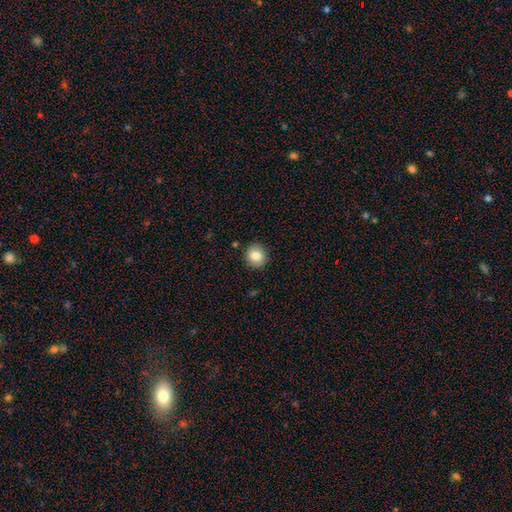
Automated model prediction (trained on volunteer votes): smooth_or_featured: smooth (p=0.83) [alt: star or artifact p=0.09]
how_rounded: round (p=0.82) [alt: in between p=0.17]
merging: none (p=0.89) [alt: minor disturbance p=0.08]